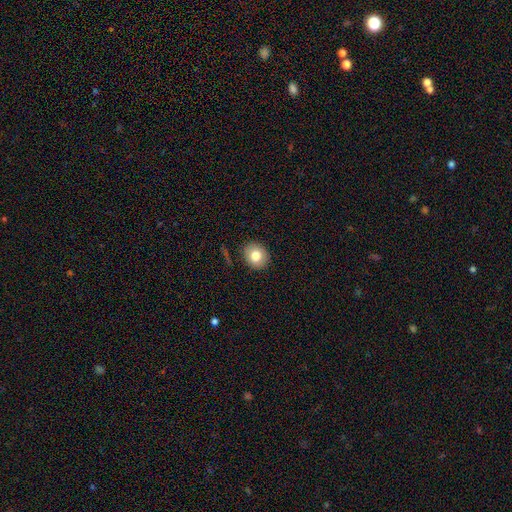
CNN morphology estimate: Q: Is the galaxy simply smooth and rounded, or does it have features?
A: smooth — 80%.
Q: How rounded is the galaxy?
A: round — 67%.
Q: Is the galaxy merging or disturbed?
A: none — 89%.